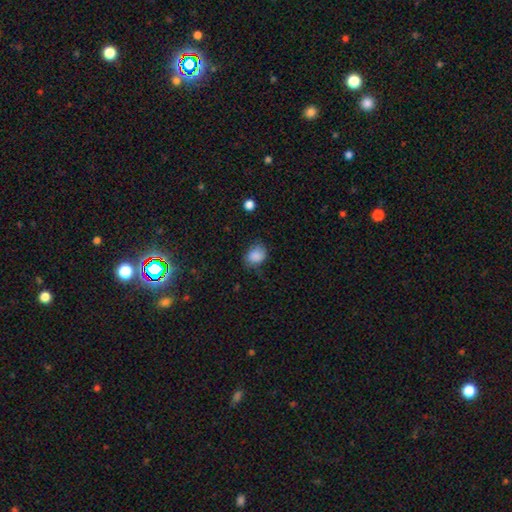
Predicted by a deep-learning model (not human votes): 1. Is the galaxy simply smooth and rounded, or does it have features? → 84% smooth, 9% star or artifact, 6% featured or disk.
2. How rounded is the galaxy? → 54% in between, 45% round, 1% cigar-shaped.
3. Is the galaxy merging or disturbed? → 58% none, 29% minor disturbance, 10% major disturbance, 2% merger.